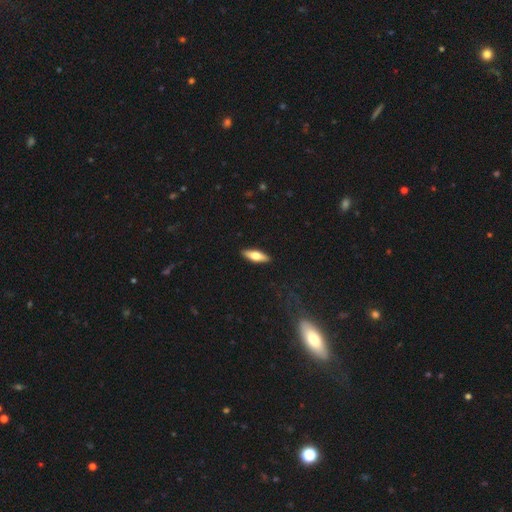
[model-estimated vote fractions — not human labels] The model was most divided on "how rounded": in between: 52%, cigar-shaped: 46%, round: 2%. More confident: merging — none (90%); smooth or featured — smooth (62%).